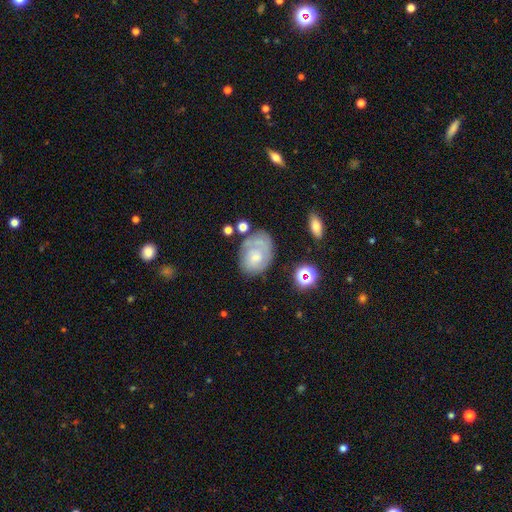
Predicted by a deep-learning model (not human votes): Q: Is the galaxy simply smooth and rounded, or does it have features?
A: featured or disk — 50%.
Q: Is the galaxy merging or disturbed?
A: none — 55%.